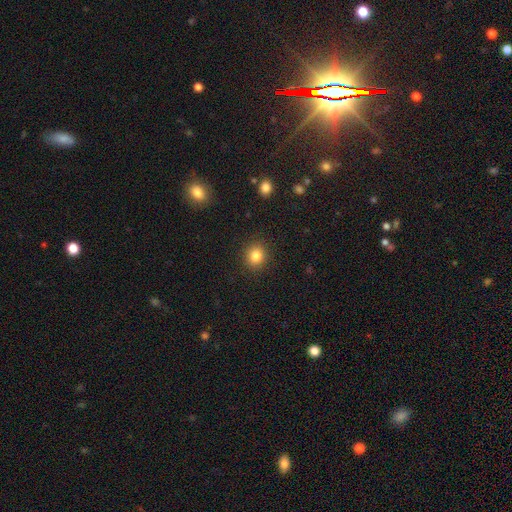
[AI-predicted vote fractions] A smooth galaxy with no disk features (84%) that is round (82%). Merging: none (90%).